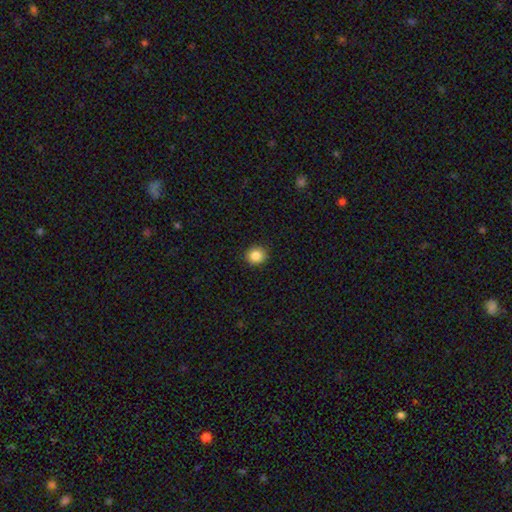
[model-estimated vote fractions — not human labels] smooth_or_featured: smooth (p=0.86) [alt: star or artifact p=0.10]
how_rounded: round (p=0.86) [alt: in between p=0.13]
merging: none (p=0.91) [alt: minor disturbance p=0.06]